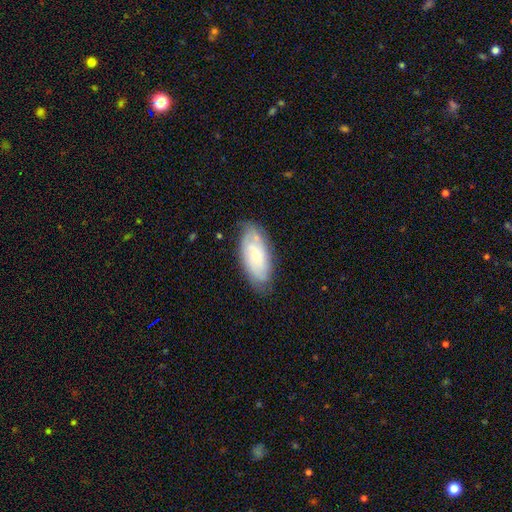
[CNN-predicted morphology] smooth_or_featured: featured or disk (p=0.49) [alt: smooth p=0.44]
merging: none (p=0.71) [alt: minor disturbance p=0.21]